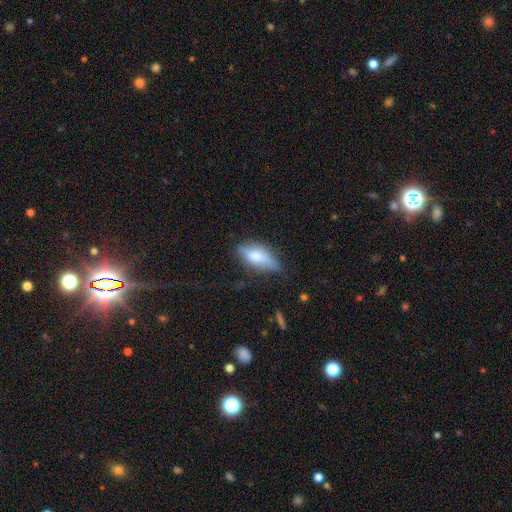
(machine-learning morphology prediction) Overall: smooth (57%; featured or disk 36%). How rounded: in between (70%). Merging: none (64%; minor disturbance 26%).